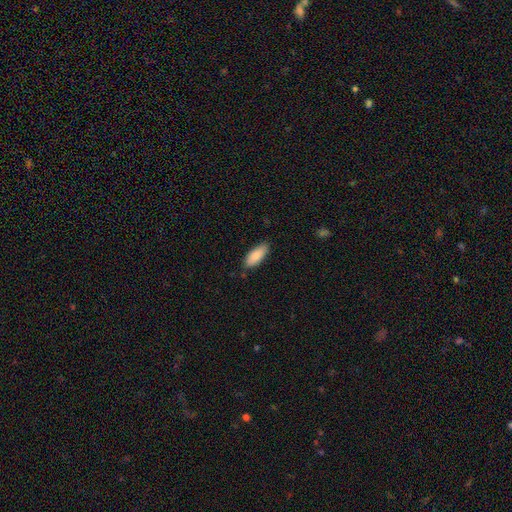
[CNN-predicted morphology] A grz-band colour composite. It shows a smooth galaxy with no disk features (87%) that is in between round and cigar-shaped (77%). Merging: none (82%).